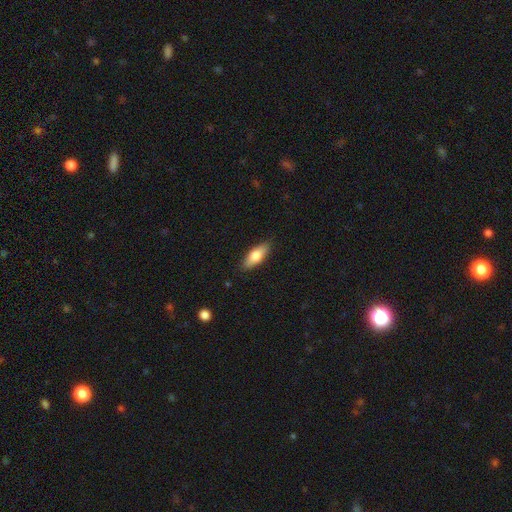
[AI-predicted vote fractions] smooth-or-featured: smooth: 73% | featured or disk: 21% | star or artifact: 6%
  how-rounded: in between: 71% | cigar-shaped: 27% | round: 2%
  merging: none: 87% | minor disturbance: 10% | major disturbance: 2% | merger: 1%